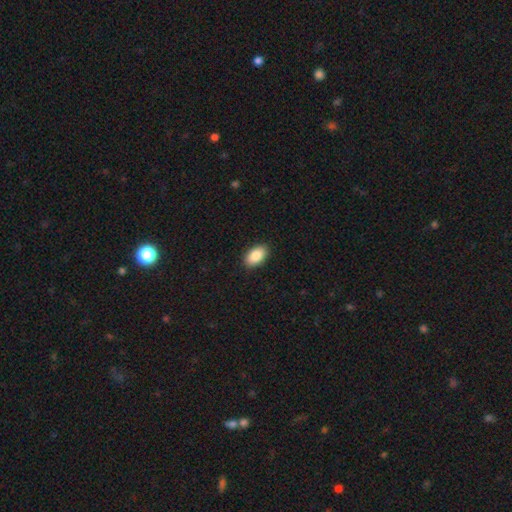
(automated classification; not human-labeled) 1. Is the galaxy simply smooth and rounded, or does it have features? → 88% smooth, 7% star or artifact, 6% featured or disk.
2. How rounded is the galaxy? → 94% in between, 5% round, 2% cigar-shaped.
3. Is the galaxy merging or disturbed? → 90% none, 7% minor disturbance, 2% major disturbance, 1% merger.